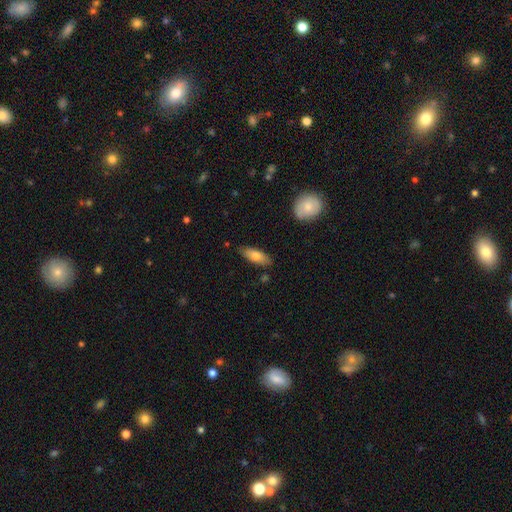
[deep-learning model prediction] This is likely a smooth galaxy (75%). How rounded: likely in between (68%). Merging: clearly none (82%).